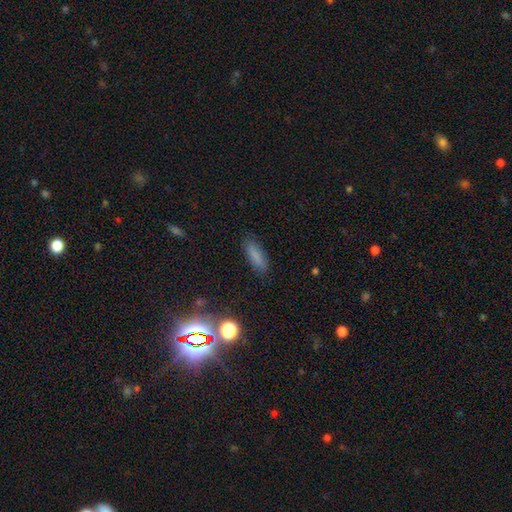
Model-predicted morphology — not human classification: Smooth or featured?
  - smooth: 81% *
  - star or artifact: 11%
  - featured or disk: 8%
How rounded?
  - in between: 54% *
  - cigar-shaped: 43%
  - round: 3%
Merging?
  - none: 86% *
  - minor disturbance: 10%
  - major disturbance: 3%
  - merger: 1%